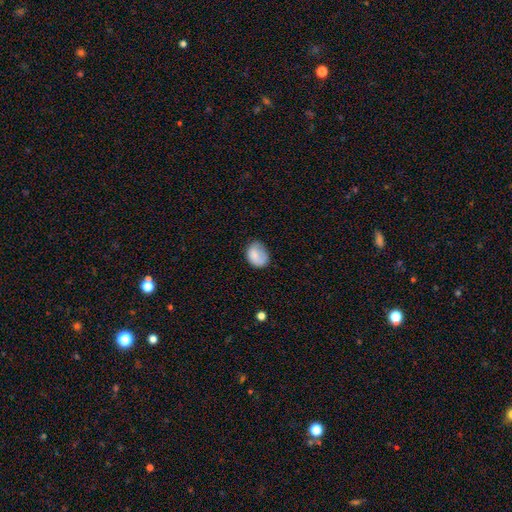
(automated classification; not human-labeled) This is clearly a smooth galaxy (81%). How rounded: likely in between (62%). Merging: possibly none (60%).